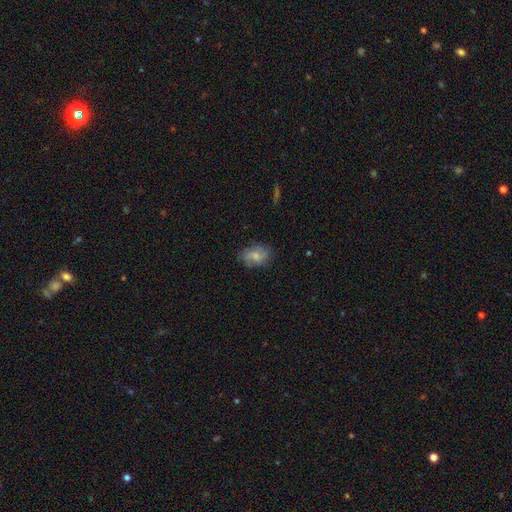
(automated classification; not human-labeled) Smooth or featured: smooth — 68% (featured or disk — 24%)
How rounded: in between — 78% (round — 20%)
Merging: none — 74% (minor disturbance — 19%)